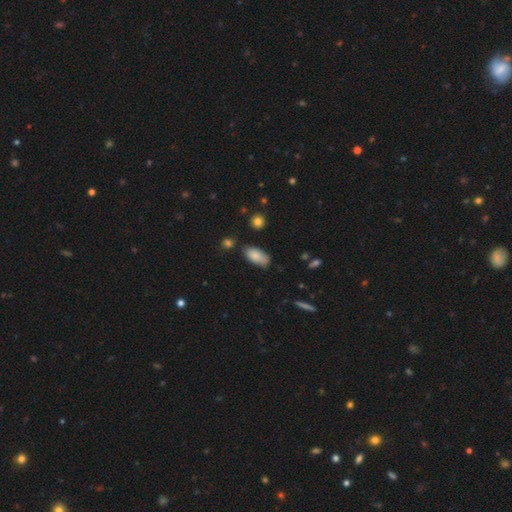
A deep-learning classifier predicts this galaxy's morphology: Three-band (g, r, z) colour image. It shows a smooth galaxy with no disk features (85%) that is in between round and cigar-shaped (91%). Merging: none (68%).